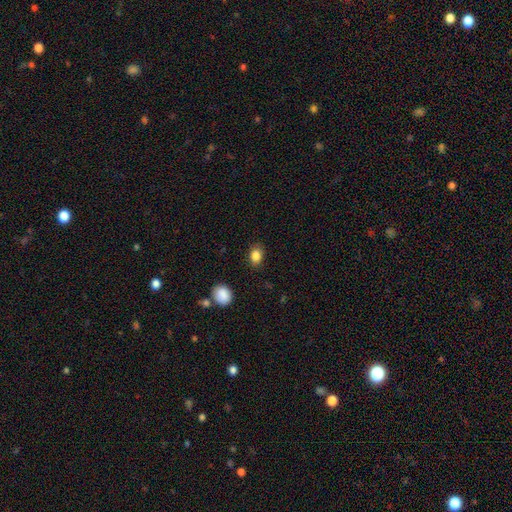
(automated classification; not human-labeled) A smooth galaxy with no disk features (85%) that is in between round and cigar-shaped (68%). Merging: none (86%).